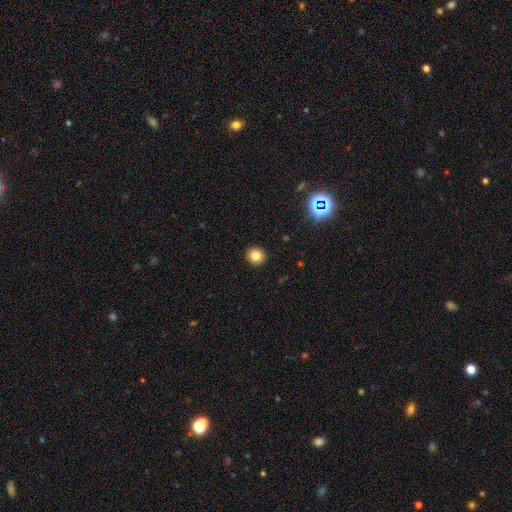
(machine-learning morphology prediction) Overall: smooth (81%). How rounded: round (89%). Merging: none (93%).